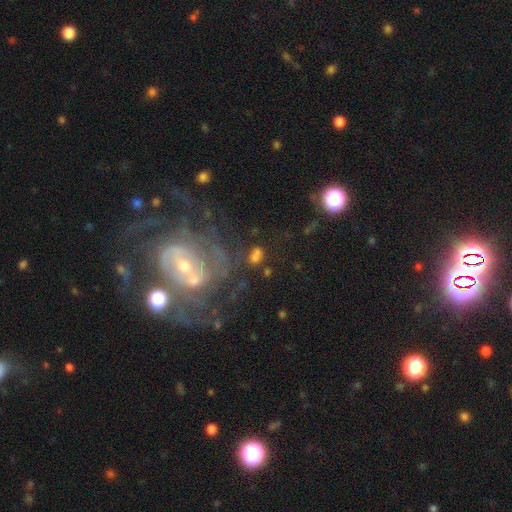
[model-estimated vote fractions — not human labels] A featured or disk galaxy (50%). Merging: none (55%).